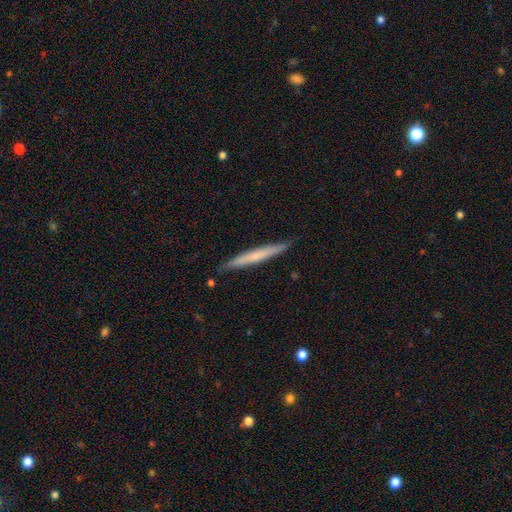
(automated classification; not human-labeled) Smooth or featured? Predicted: smooth (p=0.55). How rounded? Predicted: cigar-shaped (p=0.97). Merging? Predicted: none (p=0.89).